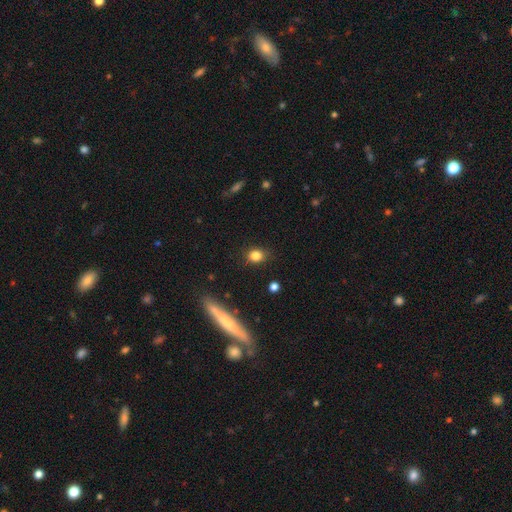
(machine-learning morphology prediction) Smooth or featured?
  - smooth: 82% *
  - star or artifact: 11%
  - featured or disk: 6%
How rounded?
  - round: 60% *
  - in between: 38%
  - cigar-shaped: 2%
Merging?
  - none: 84% *
  - minor disturbance: 12%
  - major disturbance: 3%
  - merger: 2%